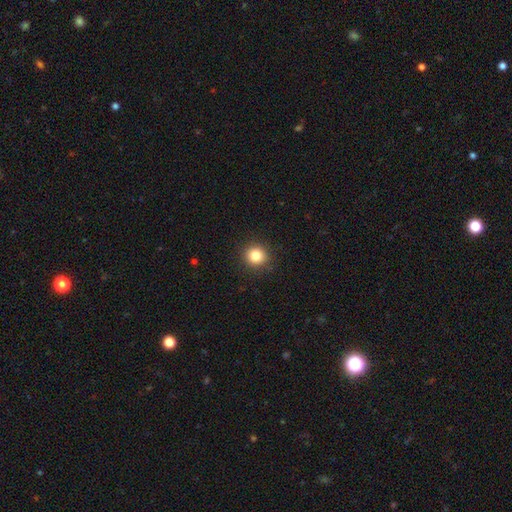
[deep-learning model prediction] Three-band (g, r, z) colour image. It shows a smooth galaxy with no disk features (83%) that is round (93%). Merging: none (91%).